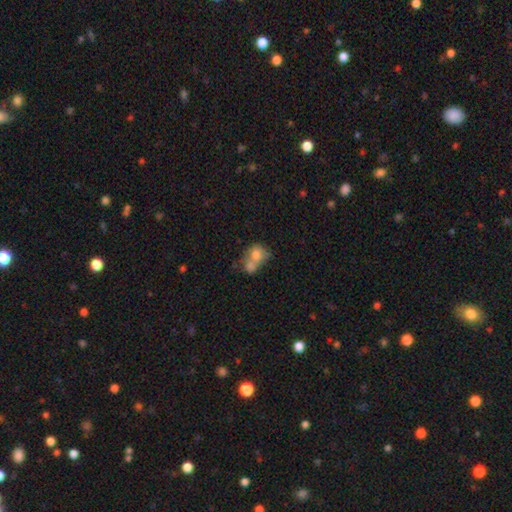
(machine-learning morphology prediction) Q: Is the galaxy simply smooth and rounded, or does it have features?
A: smooth — 69%.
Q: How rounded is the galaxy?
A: round — 57%.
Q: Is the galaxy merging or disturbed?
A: merger — 65%.